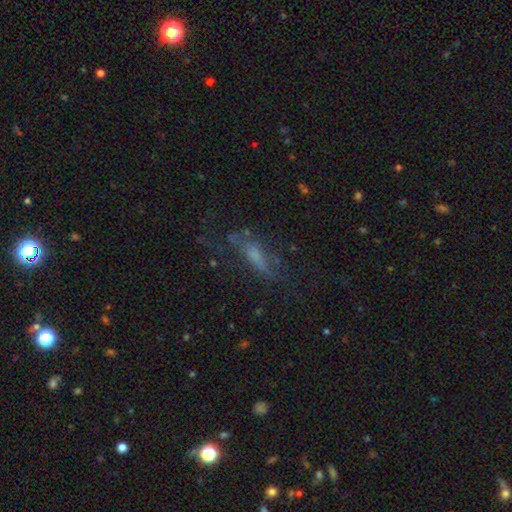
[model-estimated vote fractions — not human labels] Q: Smooth or featured?
A: smooth (42%); runner-up: featured or disk (41%)
Q: Merging?
A: none (49%); runner-up: major disturbance (25%)